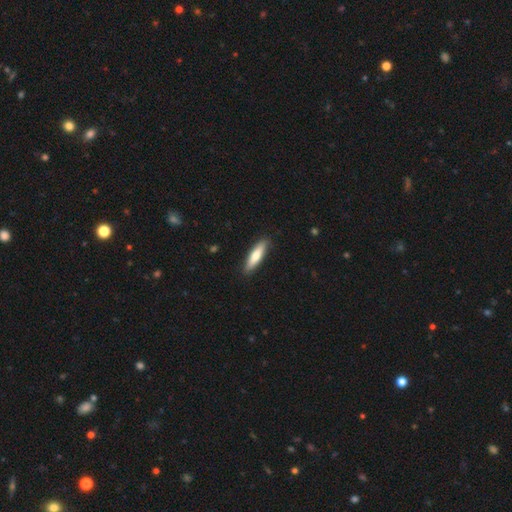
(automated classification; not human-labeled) Morphology: type=smooth (69%); roundness=cigar-shaped (72%); merging=none (88%).